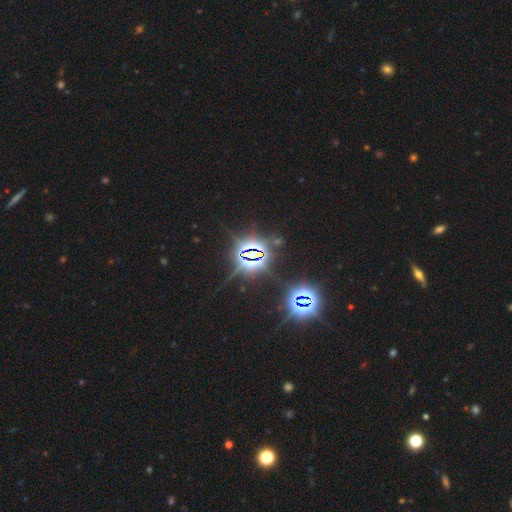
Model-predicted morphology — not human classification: type=star or artifact (86%).